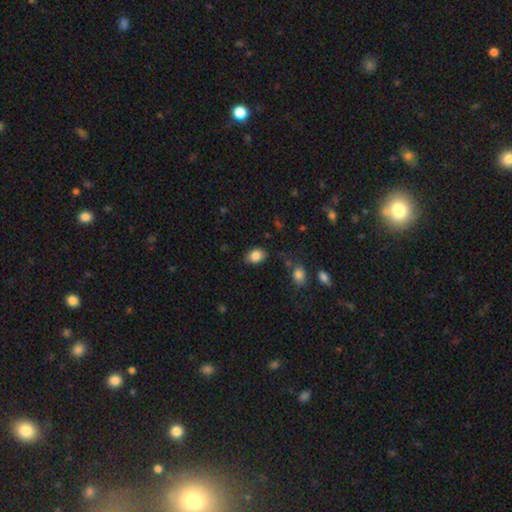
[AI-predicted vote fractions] A smooth galaxy with no disk features (86%) that is in between round and cigar-shaped (77%).

Vote fractions:
- Smooth or featured? smooth: 86% / star or artifact: 9% / featured or disk: 6%
- How rounded? in between: 77% / round: 22% / cigar-shaped: 1%
- Merging? none: 79% / minor disturbance: 15% / major disturbance: 4% / merger: 2%